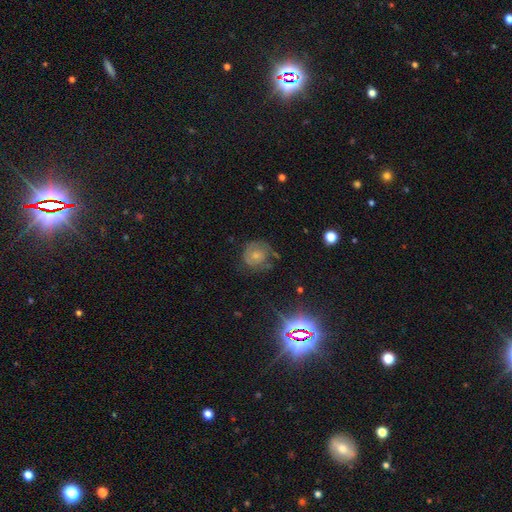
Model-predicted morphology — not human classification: Overall: smooth (49%; featured or disk 39%). Merging: none (57%; minor disturbance 25%).